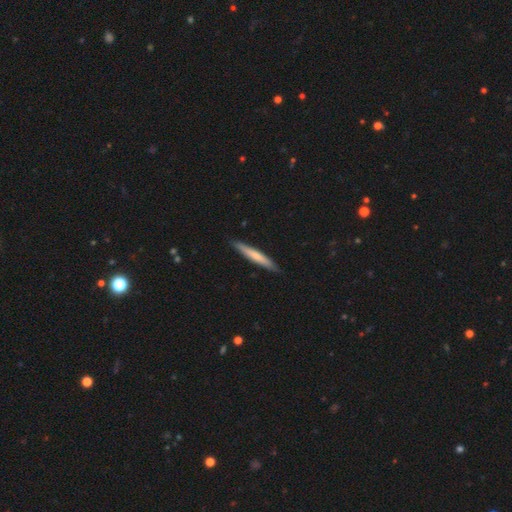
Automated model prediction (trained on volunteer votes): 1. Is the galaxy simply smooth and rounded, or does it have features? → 64% smooth, 31% featured or disk, 5% star or artifact.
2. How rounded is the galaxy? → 95% cigar-shaped, 4% in between, 1% round.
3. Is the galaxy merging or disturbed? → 89% none, 8% minor disturbance, 1% major disturbance, 1% merger.